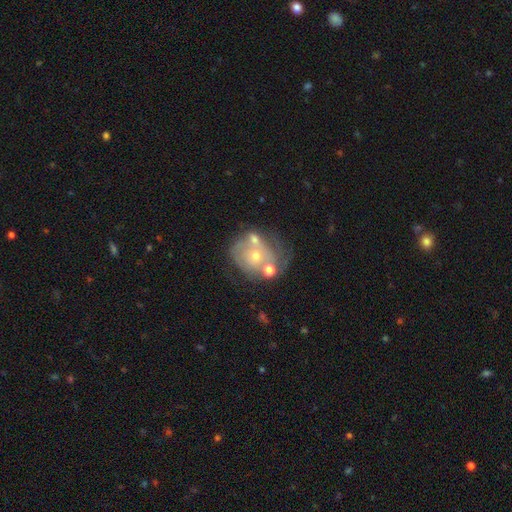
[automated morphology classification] This is likely a featured or disk galaxy (62%). It is clearly not viewed edge-on (97%). Bar: clearly no (85%). Spiral arm pattern: possibly yes (50%, tied with no). Central bulge: possibly small (57%). Merging: marginally none (35%).